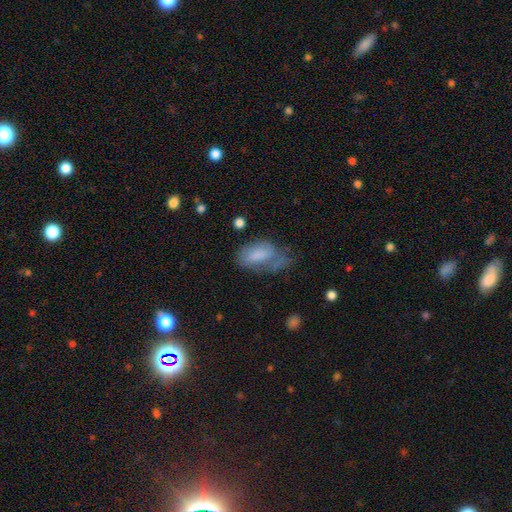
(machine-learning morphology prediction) A smooth galaxy with no disk features (62%) that is in between round and cigar-shaped (90%).

Vote fractions:
- Smooth or featured? smooth: 62% / featured or disk: 27% / star or artifact: 11%
- How rounded? in between: 90% / cigar-shaped: 5% / round: 5%
- Merging? none: 34% / minor disturbance: 32% / major disturbance: 30% / merger: 5%